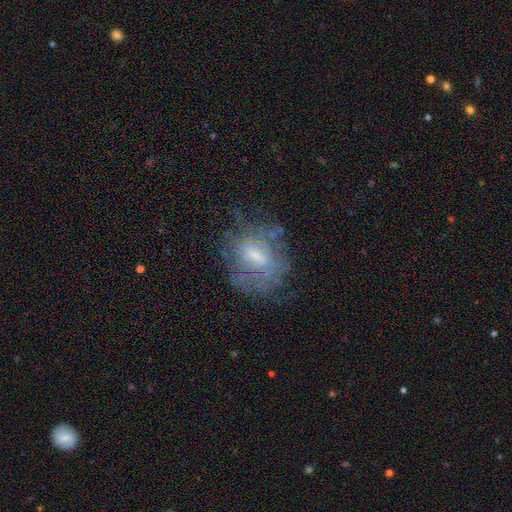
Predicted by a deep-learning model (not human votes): Smooth or featured? featured or disk (57%)
Edge-on disk? no (94%)
Bar? weak (49%)
Spiral arms? no (60%)
Bulge size? moderate (41%)
Merging? none (61%)